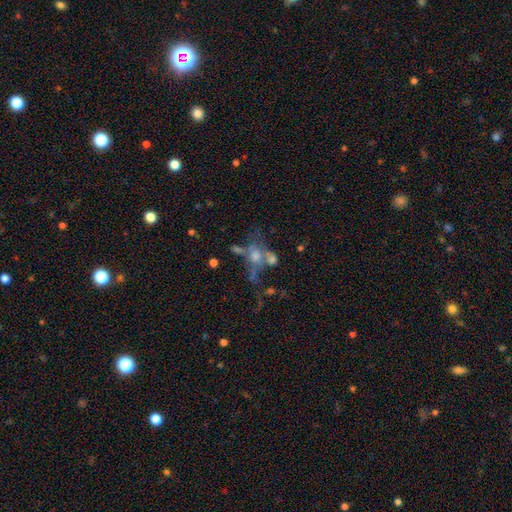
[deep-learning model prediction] A featured or disk galaxy (44%).

Vote fractions:
- Smooth or featured? featured or disk: 44% / star or artifact: 30% / smooth: 27%
- Merging? none: 37% / merger: 31% / major disturbance: 21% / minor disturbance: 12%